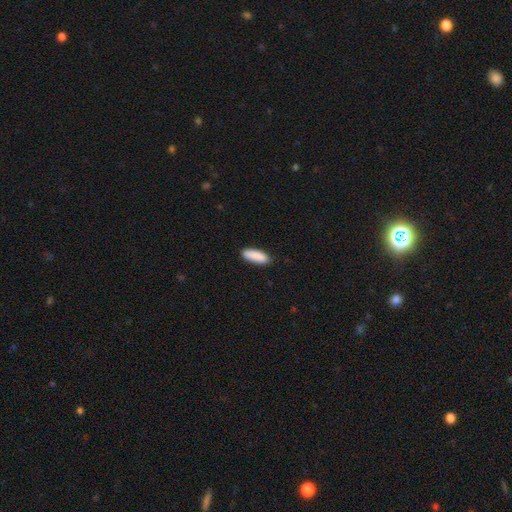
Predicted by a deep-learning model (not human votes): Smooth or featured? smooth (90%)
How rounded? in between (59%)
Merging? none (87%)